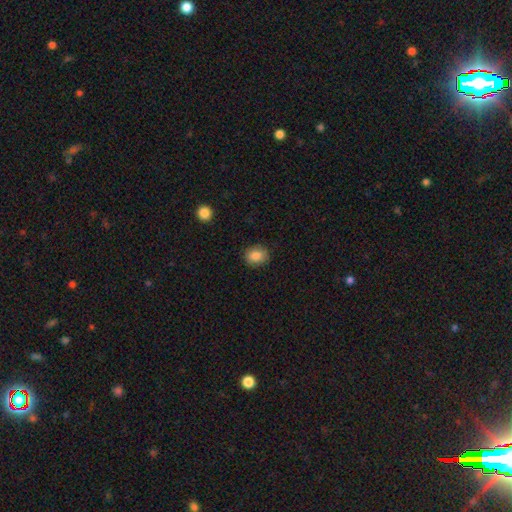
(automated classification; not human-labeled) Smooth or featured?
  - smooth: 86% *
  - star or artifact: 8%
  - featured or disk: 6%
How rounded?
  - in between: 50% *
  - round: 49%
  - cigar-shaped: 1%
Merging?
  - none: 87% *
  - minor disturbance: 10%
  - major disturbance: 2%
  - merger: 1%